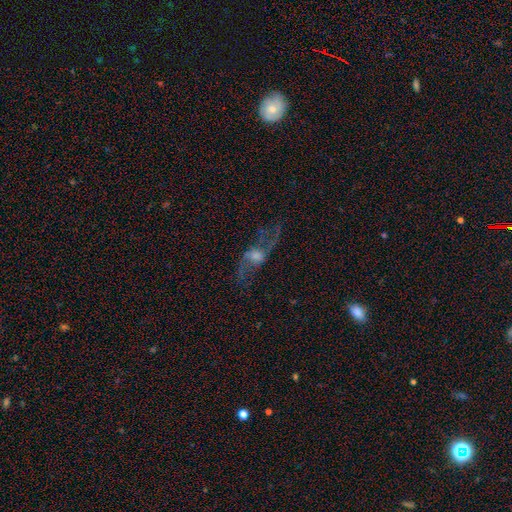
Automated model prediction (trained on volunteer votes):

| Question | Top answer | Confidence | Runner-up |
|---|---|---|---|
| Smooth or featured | featured or disk | 71% | smooth (15%) |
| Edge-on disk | no | 82% | yes (18%) |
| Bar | no | 58% | weak (32%) |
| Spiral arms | yes | 82% | no (18%) |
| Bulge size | moderate | 46% | small (32%) |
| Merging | none | 60% | major disturbance (22%) |